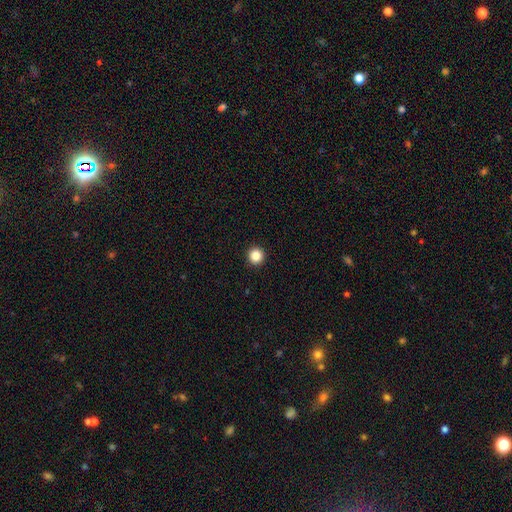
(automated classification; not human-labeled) This appears to be a smooth galaxy with no disk features (85%) that is round (96%). Merging: none (94%).